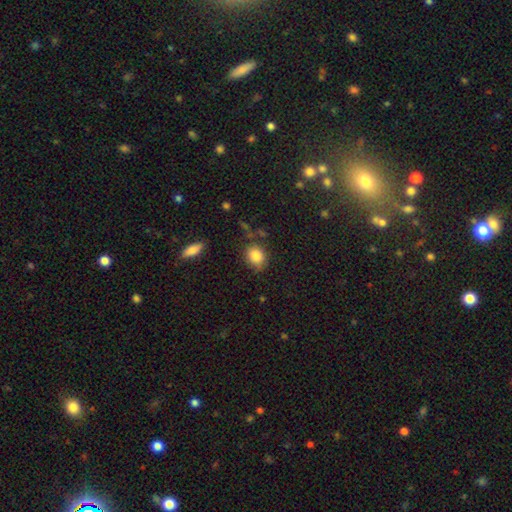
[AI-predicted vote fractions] Morphology: type=smooth (84%); roundness=round (52%); merging=none (74%).